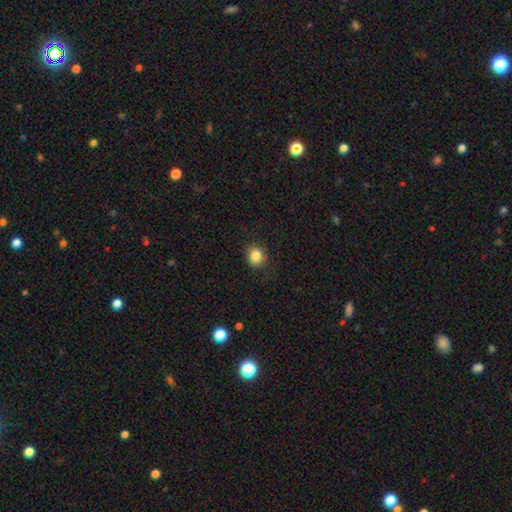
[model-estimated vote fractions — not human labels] A smooth galaxy with no disk features (84%) that is round (72%).

Vote fractions:
- Smooth or featured? smooth: 84% / star or artifact: 10% / featured or disk: 6%
- How rounded? round: 72% / in between: 27% / cigar-shaped: 1%
- Merging? none: 86% / minor disturbance: 11% / major disturbance: 3% / merger: 1%